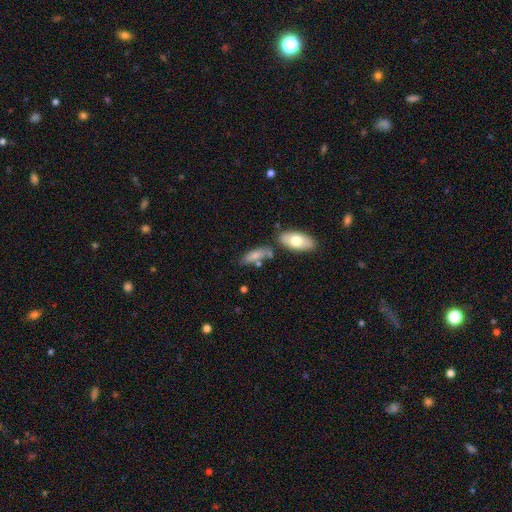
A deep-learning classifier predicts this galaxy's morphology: smooth-or-featured: smooth: 72% | featured or disk: 21% | star or artifact: 7%
  how-rounded: in between: 66% | cigar-shaped: 32% | round: 3%
  merging: none: 56% | minor disturbance: 20% | merger: 17% | major disturbance: 7%